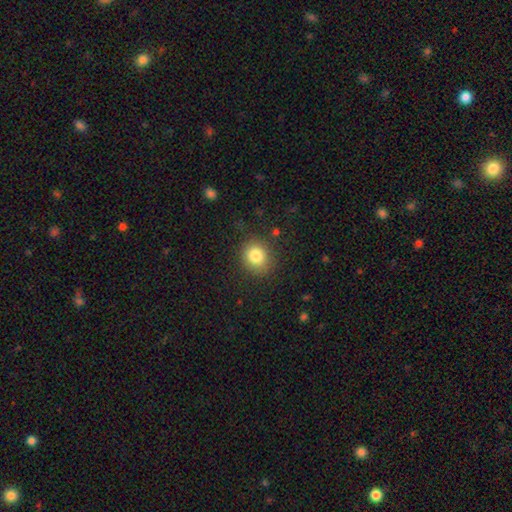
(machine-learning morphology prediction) Smooth or featured: smooth — 83% (star or artifact — 10%)
How rounded: round — 75% (in between — 24%)
Merging: none — 84% (minor disturbance — 11%)